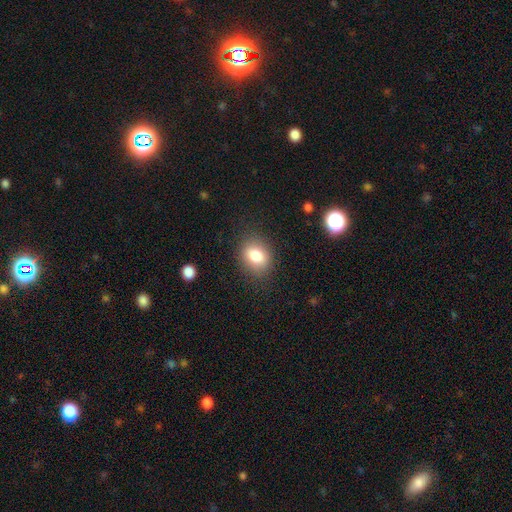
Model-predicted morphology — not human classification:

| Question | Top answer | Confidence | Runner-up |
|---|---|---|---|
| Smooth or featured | smooth | 81% | star or artifact (10%) |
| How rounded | in between | 56% | round (43%) |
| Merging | none | 85% | minor disturbance (11%) |